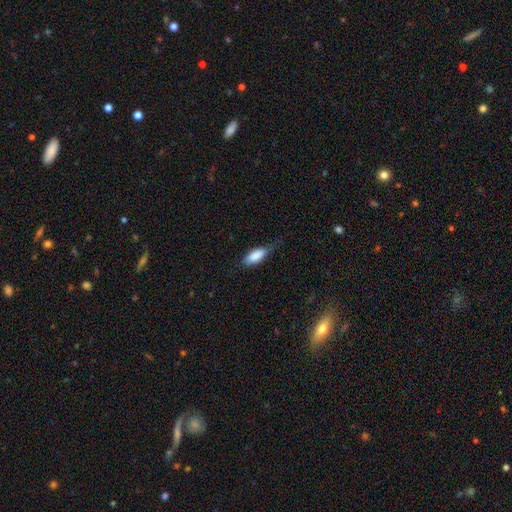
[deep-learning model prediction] Smooth or featured: smooth — 84% (featured or disk — 10%)
How rounded: in between — 80% (cigar-shaped — 18%)
Merging: none — 51% (minor disturbance — 34%)